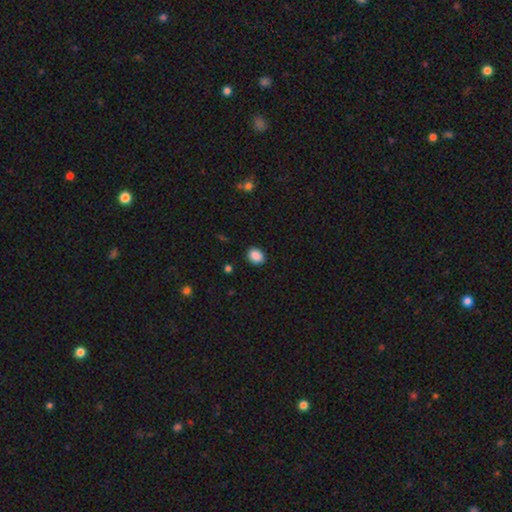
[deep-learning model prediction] A smooth galaxy with no disk features (89%) that is round (50%). Merging: none (89%).